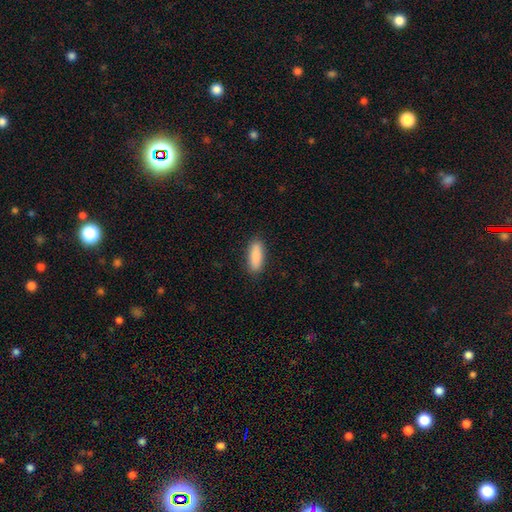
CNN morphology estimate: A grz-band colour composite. It shows a smooth galaxy with no disk features (90%) that is in between round and cigar-shaped (68%). Merging: none (89%).